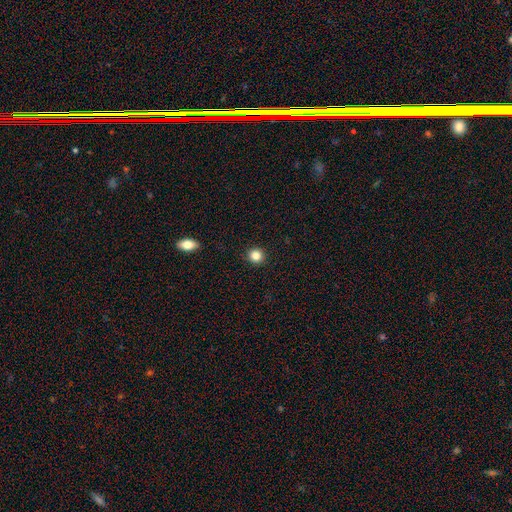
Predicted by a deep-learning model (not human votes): Smooth or featured?
  - smooth: 84% *
  - star or artifact: 11%
  - featured or disk: 5%
How rounded?
  - round: 91% *
  - in between: 8%
  - cigar-shaped: 1%
Merging?
  - none: 92% *
  - minor disturbance: 5%
  - major disturbance: 2%
  - merger: 1%